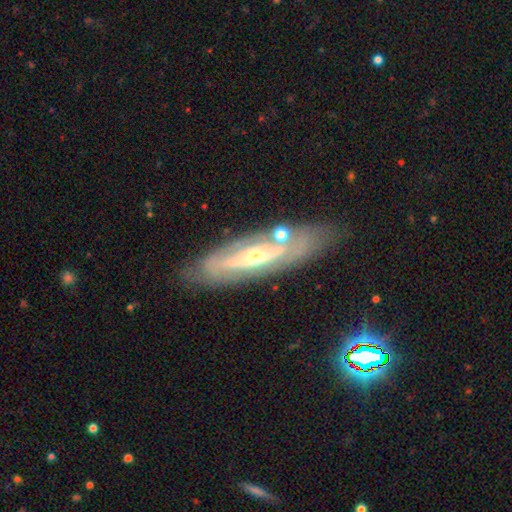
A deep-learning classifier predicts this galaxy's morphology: smooth_or_featured: featured or disk (p=0.77) [alt: smooth p=0.15]
disk_edge_on: no (p=0.68) [alt: yes p=0.32]
bar: no (p=0.52) [alt: weak p=0.26]
has_spiral_arms: yes (p=0.61) [alt: no p=0.39]
bulge_size: small (p=0.49) [alt: moderate p=0.47]
merging: none (p=0.78) [alt: minor disturbance p=0.14]